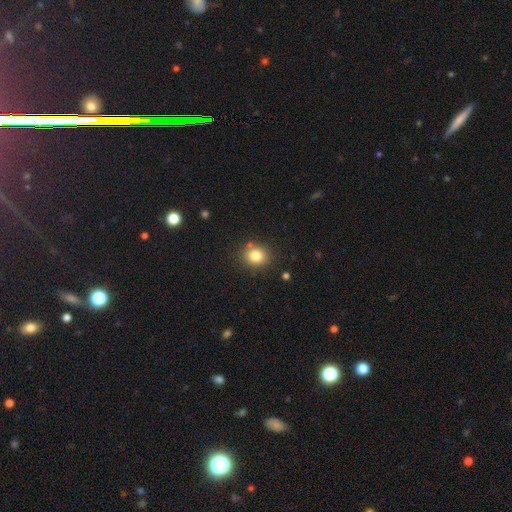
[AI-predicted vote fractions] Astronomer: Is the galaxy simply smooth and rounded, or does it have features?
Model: smooth — 82%.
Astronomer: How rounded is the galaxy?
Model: round — 77%.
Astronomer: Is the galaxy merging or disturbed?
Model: none — 82%.